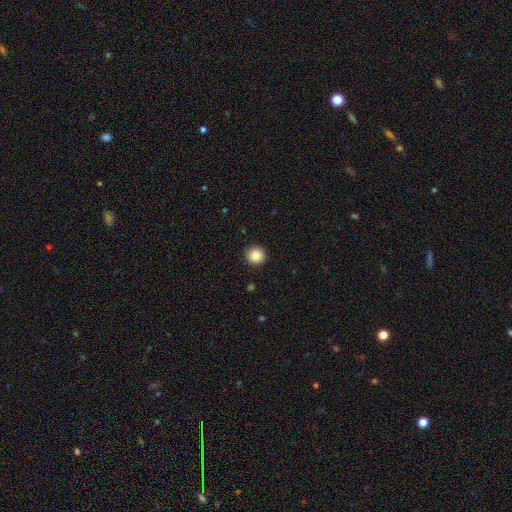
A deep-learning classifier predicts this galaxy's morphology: This appears to be a smooth galaxy with no disk features (88%) that is round (94%). Merging: none (92%).